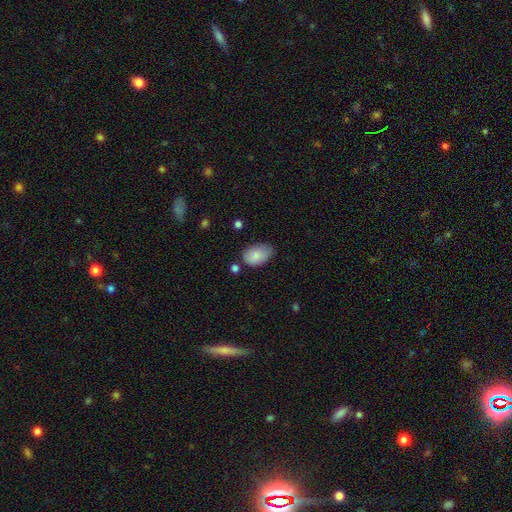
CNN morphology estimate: Smooth or featured?
  - smooth: 81% *
  - featured or disk: 12%
  - star or artifact: 7%
How rounded?
  - in between: 89% *
  - round: 10%
  - cigar-shaped: 1%
Merging?
  - none: 54% *
  - minor disturbance: 35%
  - major disturbance: 7%
  - merger: 4%